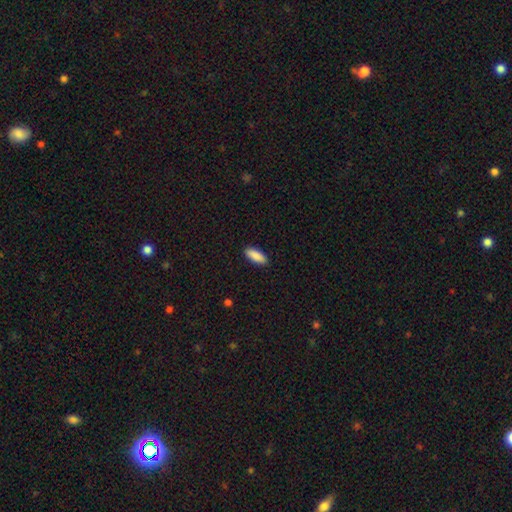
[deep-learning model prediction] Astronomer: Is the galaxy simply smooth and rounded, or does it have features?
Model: smooth — 90%.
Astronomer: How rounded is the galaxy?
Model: in between — 77%.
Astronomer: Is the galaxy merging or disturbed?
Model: none — 90%.